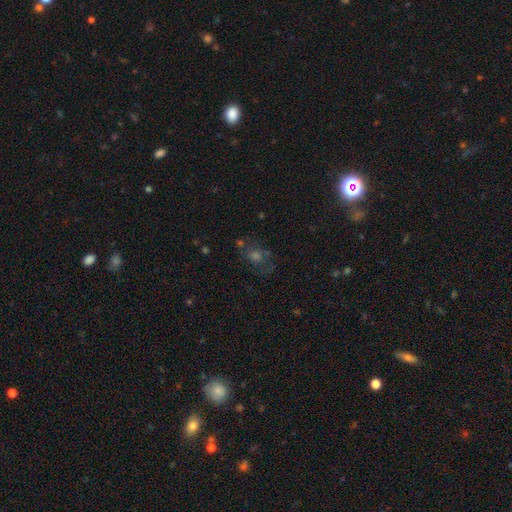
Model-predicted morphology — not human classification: A star or artifact, not a galaxy (40%).

Vote fractions:
- Smooth or featured? star or artifact: 40% / smooth: 31% / featured or disk: 29%